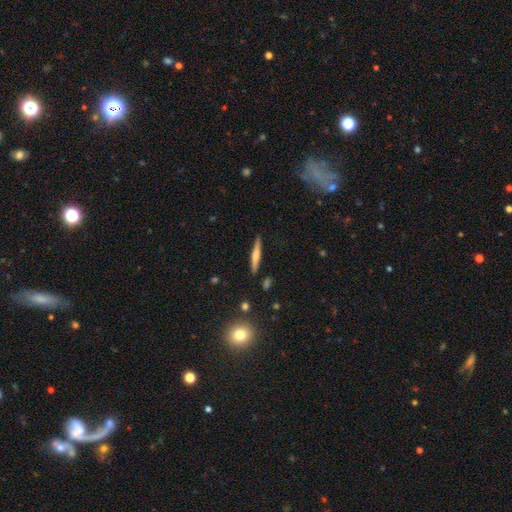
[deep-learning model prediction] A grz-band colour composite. It shows a smooth galaxy with no disk features (51%) that is cigar-shaped (93%). Merging: none (88%).